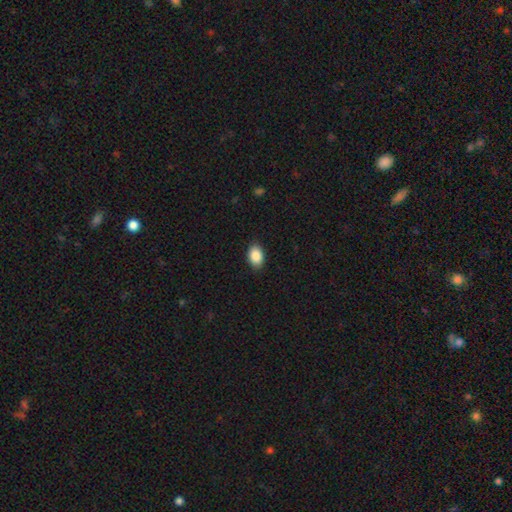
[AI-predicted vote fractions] smooth_or_featured: smooth (p=0.89) [alt: star or artifact p=0.07]
how_rounded: in between (p=0.86) [alt: round p=0.12]
merging: none (p=0.88) [alt: minor disturbance p=0.09]